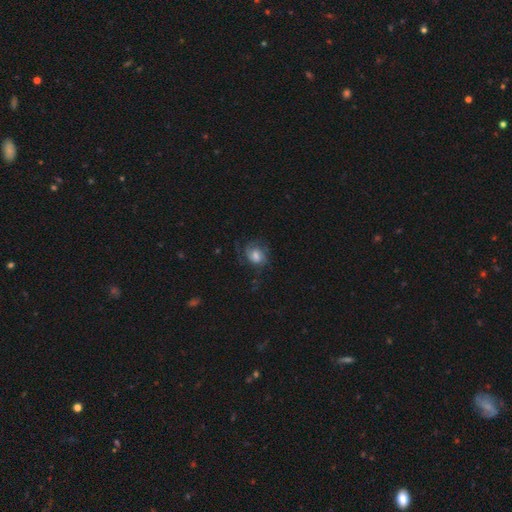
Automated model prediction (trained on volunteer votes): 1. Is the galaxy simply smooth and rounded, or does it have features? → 63% featured or disk, 28% smooth, 9% star or artifact.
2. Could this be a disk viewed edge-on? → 97% no, 3% yes.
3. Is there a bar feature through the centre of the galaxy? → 53% no, 39% weak, 8% strong.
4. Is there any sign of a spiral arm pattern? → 90% yes, 10% no.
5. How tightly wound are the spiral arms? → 43% medium, 38% tight, 19% loose.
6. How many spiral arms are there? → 45% 2, 24% can't tell, 15% 3, 9% 1, 4% 4, 3% more than 4.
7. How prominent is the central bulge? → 48% moderate, 23% small, 21% large, 6% none, 2% dominant.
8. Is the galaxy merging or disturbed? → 60% none, 20% minor disturbance, 18% major disturbance, 1% merger.